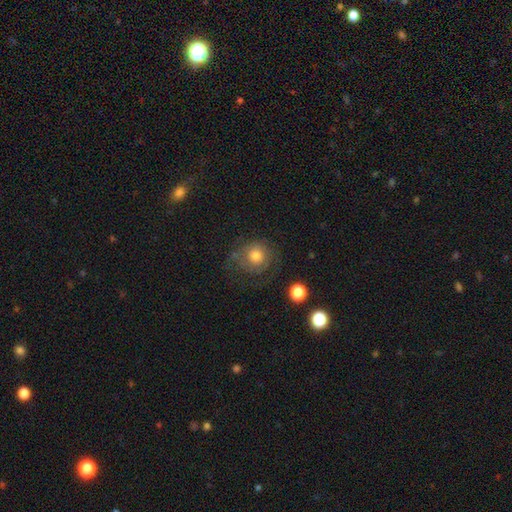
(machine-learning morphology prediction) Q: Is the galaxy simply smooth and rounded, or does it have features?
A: smooth — 57%.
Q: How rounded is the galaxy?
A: round — 88%.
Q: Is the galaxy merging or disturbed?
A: none — 61%.